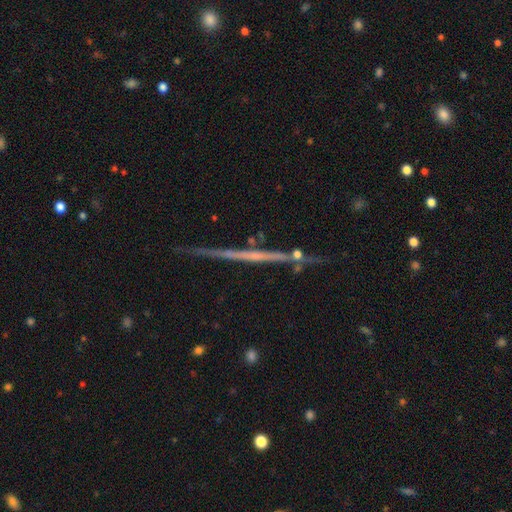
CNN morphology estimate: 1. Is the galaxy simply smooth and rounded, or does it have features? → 73% featured or disk, 19% smooth, 8% star or artifact.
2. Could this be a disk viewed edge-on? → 97% yes, 3% no.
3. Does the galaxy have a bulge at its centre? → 81% none, 13% rounded, 5% boxy.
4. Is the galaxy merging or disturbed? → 82% none, 11% minor disturbance, 4% merger, 3% major disturbance.